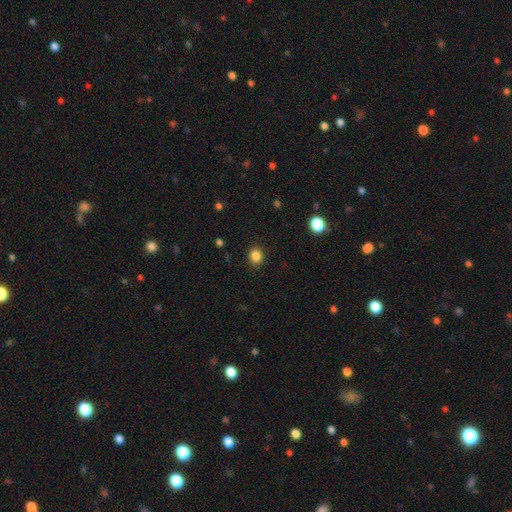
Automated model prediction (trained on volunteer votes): A smooth galaxy with no disk features (85%) that is round (63%). Merging: none (88%).